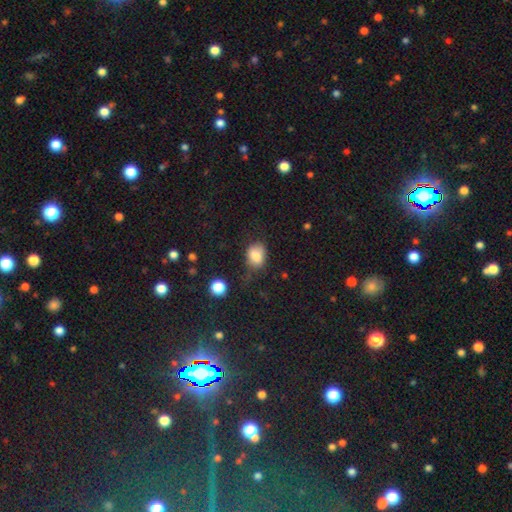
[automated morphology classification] Smooth or featured? smooth (79%)
How rounded? in between (64%)
Merging? none (48%)